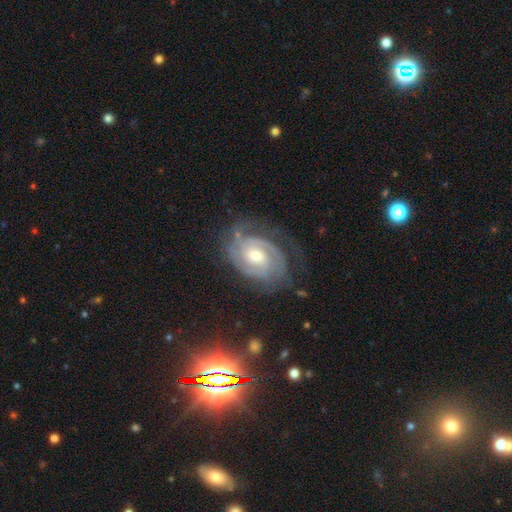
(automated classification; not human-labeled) featured or disk 88%, smooth 7%, star or artifact 5%. Down the decision tree: edge-on disk — no (97%); bar — no (55%); spiral arms — yes (97%); spiral arm count — 2 (51%); spiral winding — tight (71%); bulge size — moderate (58%); merging — none (69%).